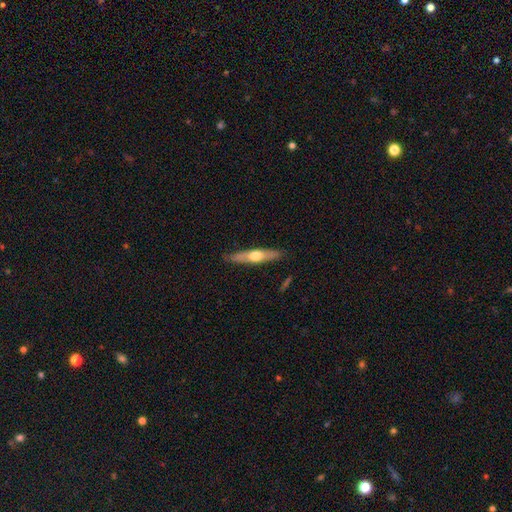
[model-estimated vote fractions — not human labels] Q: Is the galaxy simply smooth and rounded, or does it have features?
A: featured or disk — 51%.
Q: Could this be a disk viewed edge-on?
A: yes — 89%.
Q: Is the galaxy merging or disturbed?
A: none — 86%.